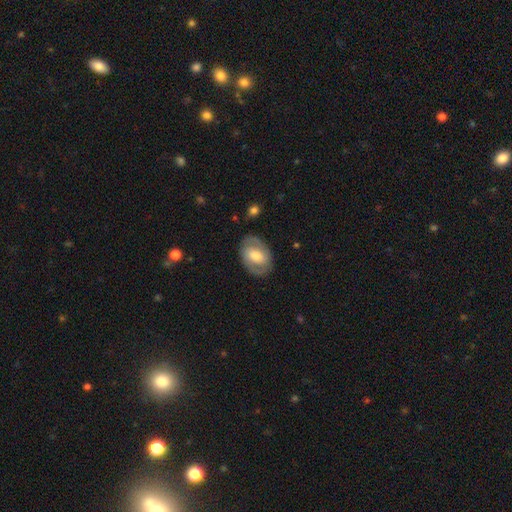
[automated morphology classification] Overall: featured or disk (54%; smooth 40%). Edge-on disk: no (95%). Bar: weak (40%; no 38%). Spiral arms: yes (60%; no 40%). Bulge size: moderate (55%; small 24%). Merging: none (81%).